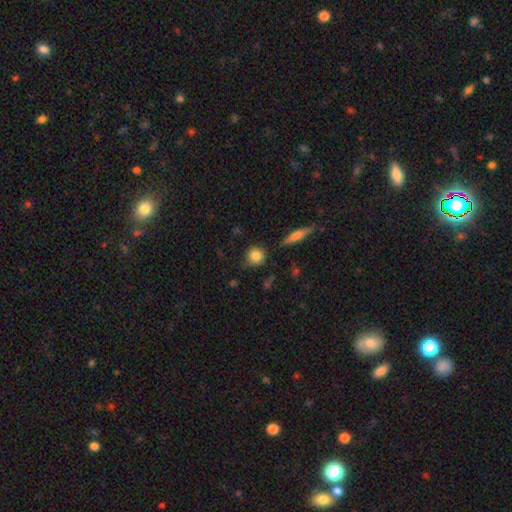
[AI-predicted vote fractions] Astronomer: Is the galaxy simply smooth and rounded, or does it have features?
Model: smooth — 83%.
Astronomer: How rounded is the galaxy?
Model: round — 88%.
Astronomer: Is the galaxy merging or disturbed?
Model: none — 78%.